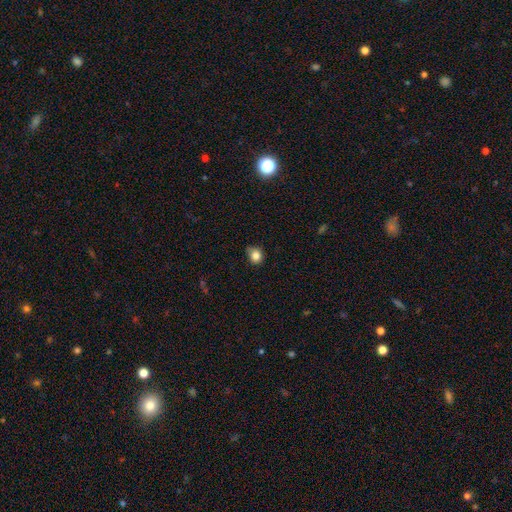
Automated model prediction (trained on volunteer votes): Smooth or featured? smooth (83%)
How rounded? round (70%)
Merging? none (65%)